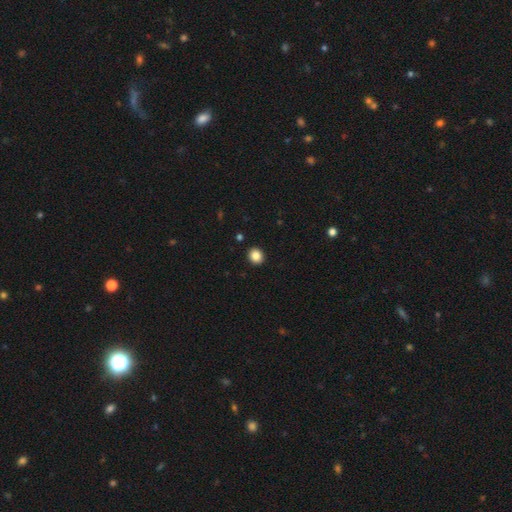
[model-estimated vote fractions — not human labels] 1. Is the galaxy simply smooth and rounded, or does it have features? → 86% smooth, 10% star or artifact, 4% featured or disk.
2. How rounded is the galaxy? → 84% round, 15% in between, 1% cigar-shaped.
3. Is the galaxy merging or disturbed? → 93% none, 5% minor disturbance, 1% major disturbance, 1% merger.